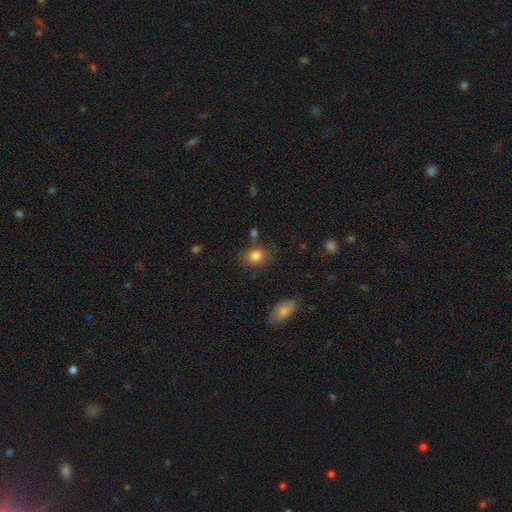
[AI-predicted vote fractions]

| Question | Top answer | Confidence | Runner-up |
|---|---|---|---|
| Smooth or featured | smooth | 83% | star or artifact (10%) |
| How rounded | round | 51% | in between (47%) |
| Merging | none | 76% | minor disturbance (15%) |